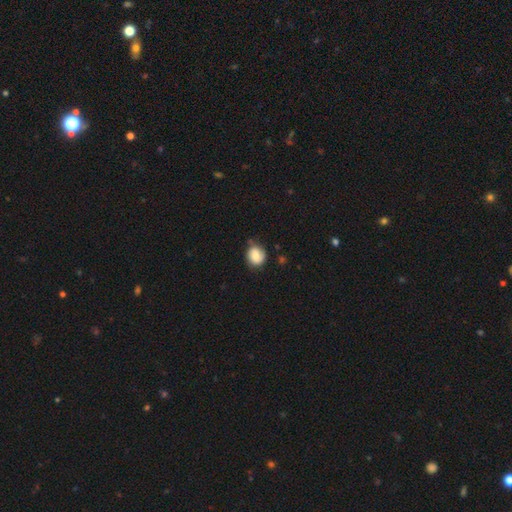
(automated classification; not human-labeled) Smooth or featured: smooth — 69% (featured or disk — 23%)
How rounded: round — 71% (in between — 28%)
Merging: none — 63% (minor disturbance — 29%)